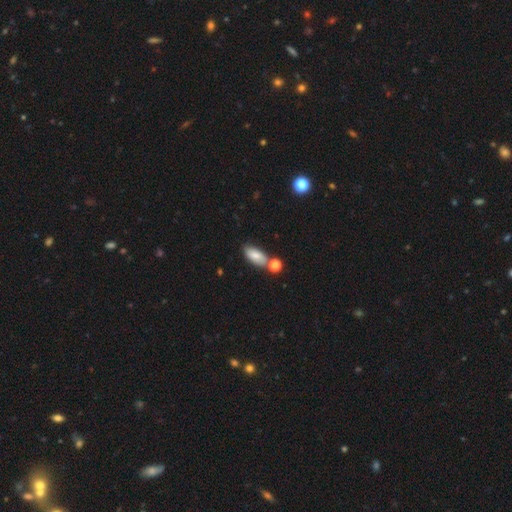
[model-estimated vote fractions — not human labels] This appears to be a smooth galaxy with no disk features (79%) that is in between round and cigar-shaped (87%). Merging: none (62%).